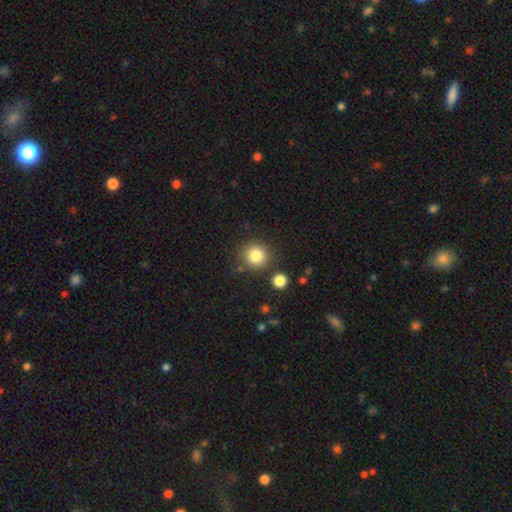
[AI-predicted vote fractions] A smooth galaxy with no disk features (83%) that is round (90%). Merging: none (83%).